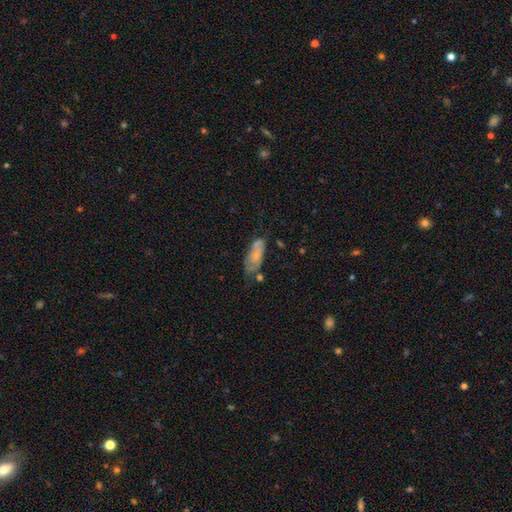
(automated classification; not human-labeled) This appears to be a smooth galaxy with no disk features (60%) that is in between round and cigar-shaped (79%). Merging: none (41%).